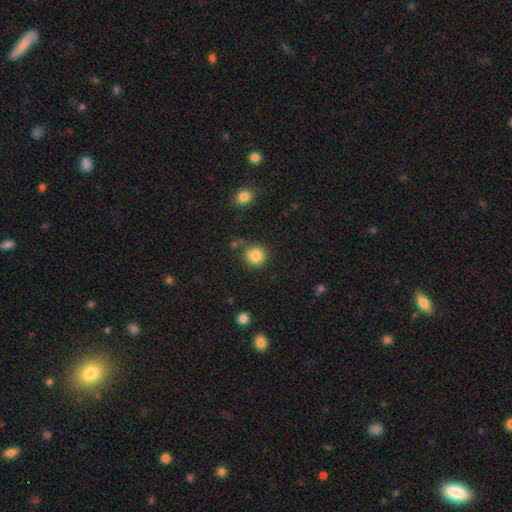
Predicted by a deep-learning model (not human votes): A smooth galaxy with no disk features (84%) that is round (90%).

Vote fractions:
- Smooth or featured? smooth: 84% / star or artifact: 11% / featured or disk: 6%
- How rounded? round: 90% / in between: 9% / cigar-shaped: 1%
- Merging? none: 78% / minor disturbance: 12% / merger: 7% / major disturbance: 4%